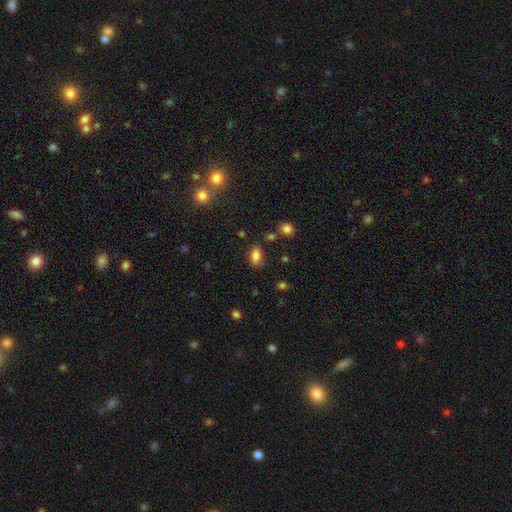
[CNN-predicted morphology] Smooth or featured: smooth — 82% (star or artifact — 12%)
How rounded: in between — 86% (round — 11%)
Merging: none — 74% (minor disturbance — 16%)